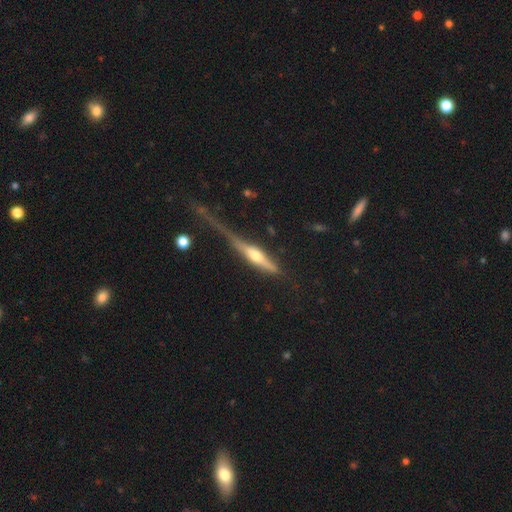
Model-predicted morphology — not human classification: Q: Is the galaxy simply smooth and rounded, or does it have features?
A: featured or disk — 63%.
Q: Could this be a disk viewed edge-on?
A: yes — 91%.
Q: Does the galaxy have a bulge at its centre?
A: rounded — 85%.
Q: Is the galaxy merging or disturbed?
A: none — 35%.